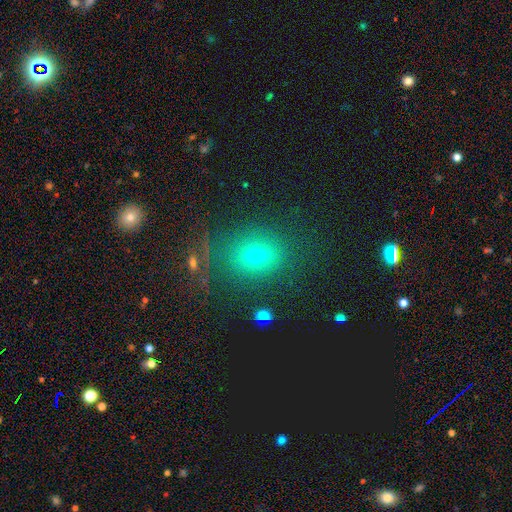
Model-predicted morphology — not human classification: This is likely a smooth galaxy (66%). How rounded: likely round (63%). Merging: clearly none (82%).